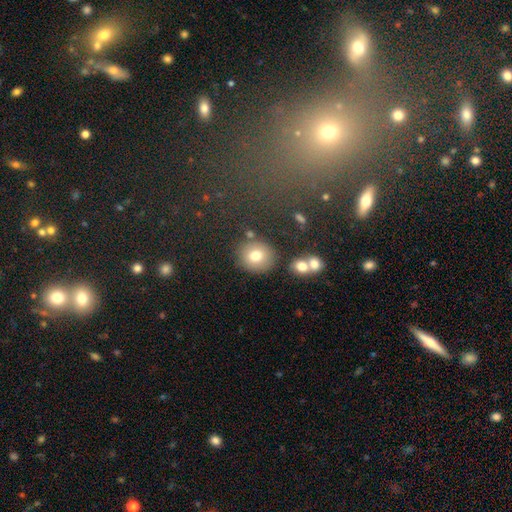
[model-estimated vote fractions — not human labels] A smooth galaxy with no disk features (77%) that is round (83%).

Vote fractions:
- Smooth or featured? smooth: 77% / featured or disk: 12% / star or artifact: 11%
- How rounded? round: 83% / in between: 16% / cigar-shaped: 1%
- Merging? none: 79% / minor disturbance: 10% / merger: 8% / major disturbance: 4%